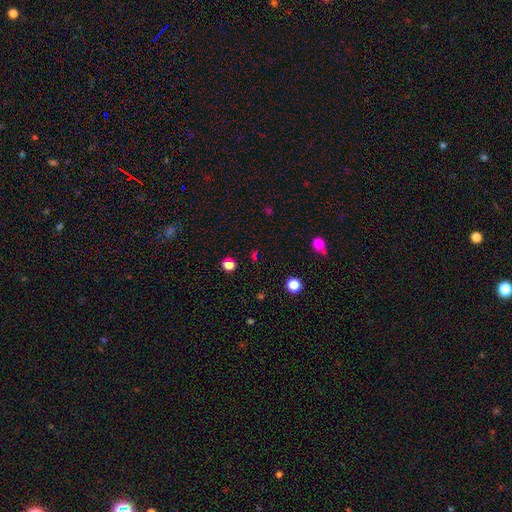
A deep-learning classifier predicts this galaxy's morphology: Smooth or featured: smooth — 51% (star or artifact — 42%)
How rounded: round — 74% (in between — 23%)
Merging: none — 82% (minor disturbance — 9%)